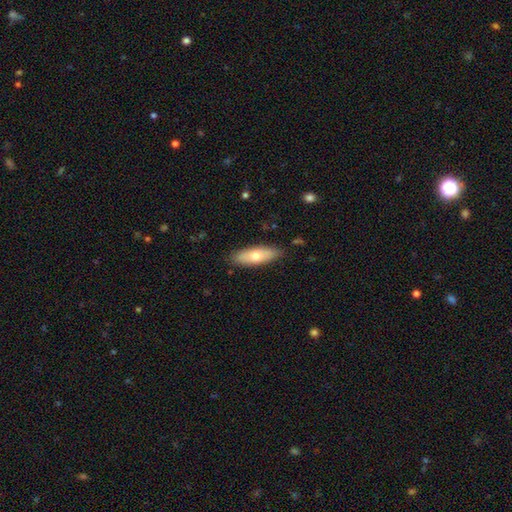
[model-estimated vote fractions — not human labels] A smooth galaxy with no disk features (68%) that is in between round and cigar-shaped (59%). Merging: none (86%).